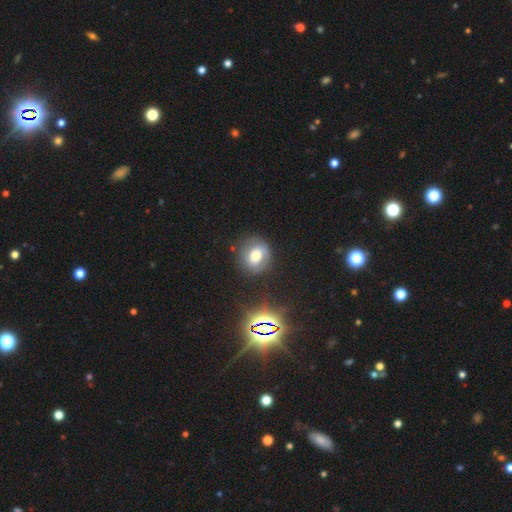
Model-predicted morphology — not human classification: Smooth or featured? Predicted: smooth (p=0.60). How rounded? Predicted: round (p=0.76). Merging? Predicted: none (p=0.77).